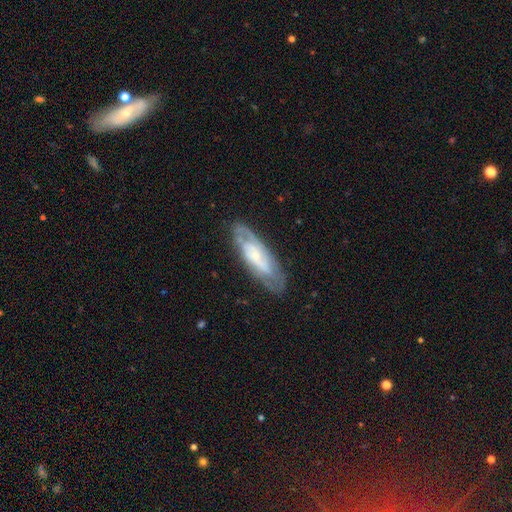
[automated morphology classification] The model was most divided on "bar": no: 52%, weak: 36%, strong: 12%. More confident: spiral arms — yes (85%); edge-on disk — no (80%); merging — none (73%); smooth or featured — featured or disk (71%); bulge size — small (57%).